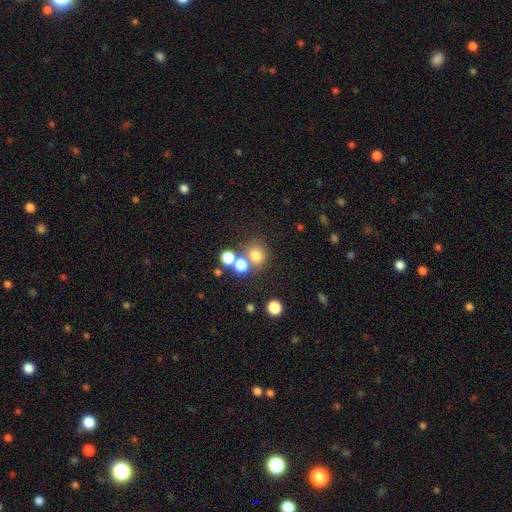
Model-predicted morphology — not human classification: smooth_or_featured: smooth (p=0.74) [alt: star or artifact p=0.17]
how_rounded: round (p=0.81) [alt: in between p=0.18]
merging: none (p=0.60) [alt: merger p=0.26]